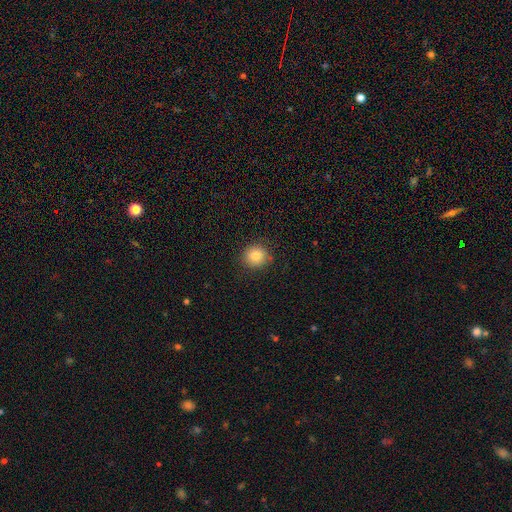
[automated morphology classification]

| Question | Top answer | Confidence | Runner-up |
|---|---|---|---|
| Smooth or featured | smooth | 83% | star or artifact (10%) |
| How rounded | round | 86% | in between (13%) |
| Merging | none | 87% | minor disturbance (10%) |